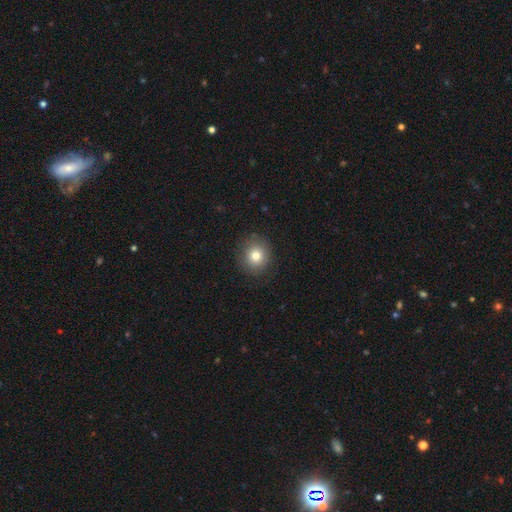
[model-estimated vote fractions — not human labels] Overall: smooth (81%). How rounded: round (85%). Merging: none (88%).